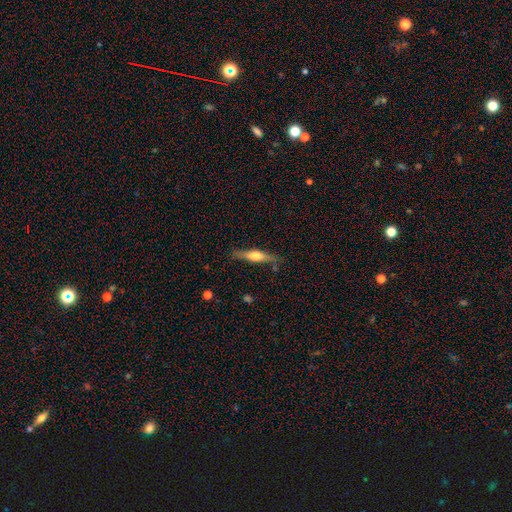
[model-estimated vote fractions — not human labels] Smooth or featured? featured or disk (53%)
Edge-on disk? yes (93%)
Merging? none (80%)